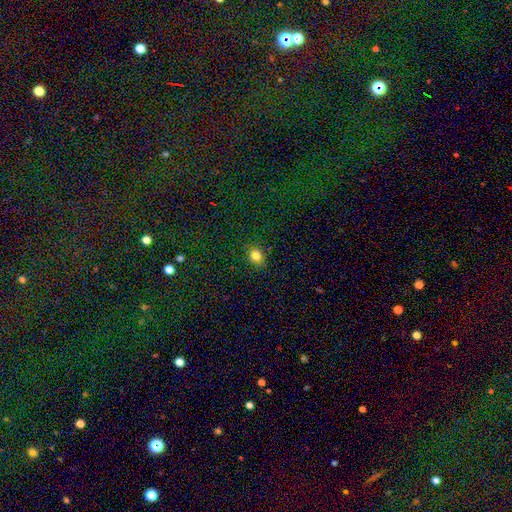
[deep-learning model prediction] smooth-or-featured: smooth: 82% | star or artifact: 11% | featured or disk: 6%
  how-rounded: round: 54% | in between: 45% | cigar-shaped: 1%
  merging: none: 87% | minor disturbance: 10% | major disturbance: 2% | merger: 1%